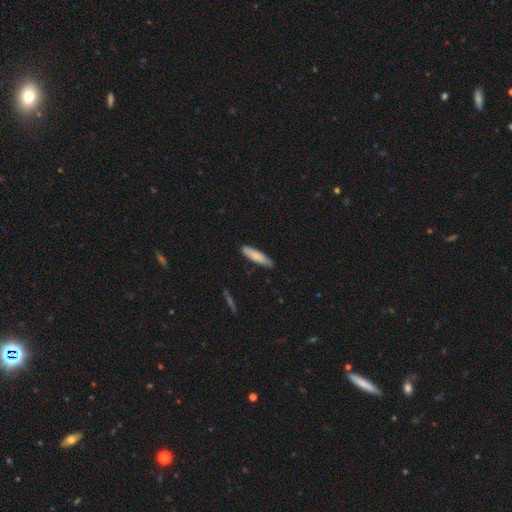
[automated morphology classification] smooth 81%, featured or disk 14%, star or artifact 5%. Down the decision tree: how rounded — cigar-shaped (72%); merging — none (81%).